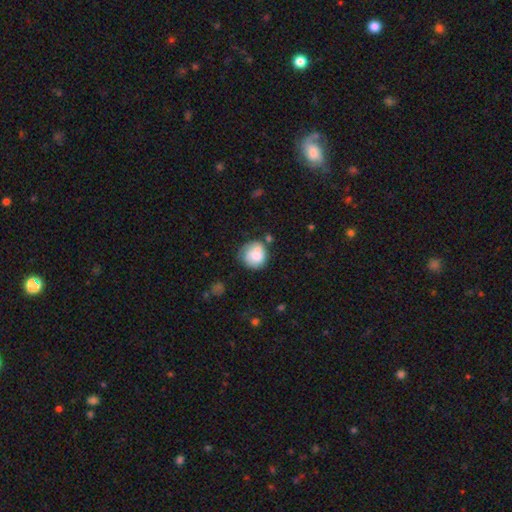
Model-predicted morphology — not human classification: This is likely a smooth galaxy (66%). How rounded: clearly round (85%). Merging: possibly none (55%).